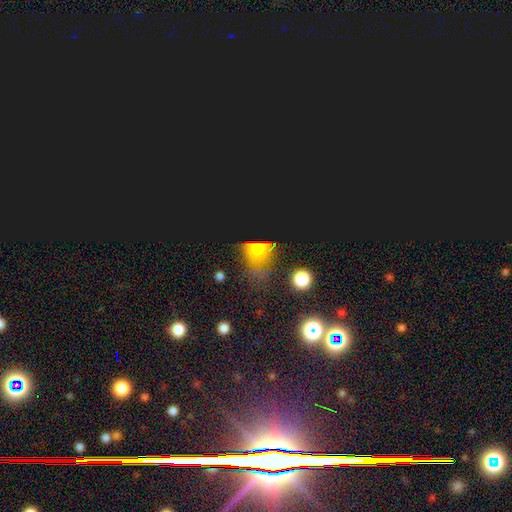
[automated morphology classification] smooth 43%, star or artifact 42%, featured or disk 14%. Down the decision tree: merging — none (43%).